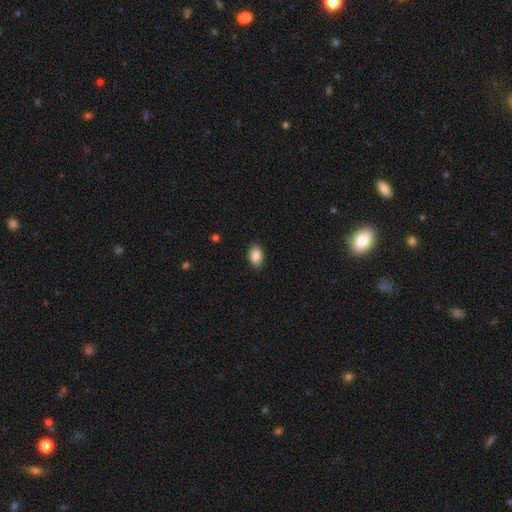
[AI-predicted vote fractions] A smooth galaxy with no disk features (87%) that is in between round and cigar-shaped (91%).

Vote fractions:
- Smooth or featured? smooth: 87% / star or artifact: 7% / featured or disk: 6%
- How rounded? in between: 91% / round: 7% / cigar-shaped: 2%
- Merging? none: 88% / minor disturbance: 9% / major disturbance: 2% / merger: 1%